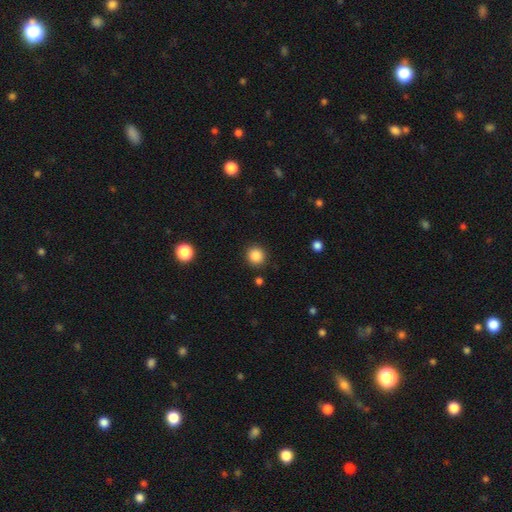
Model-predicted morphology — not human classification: smooth 87%, star or artifact 10%, featured or disk 3%. Down the decision tree: how rounded — round (92%); merging — none (90%).